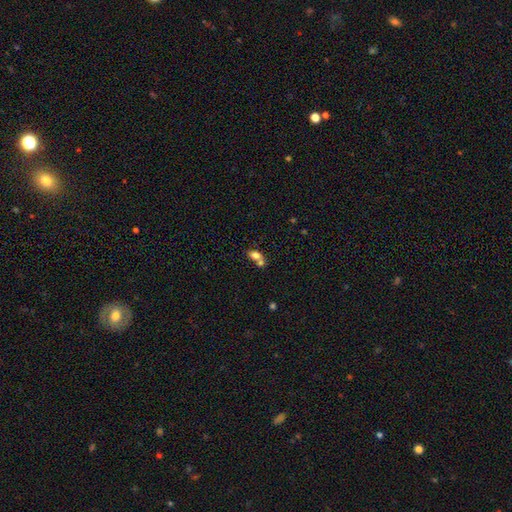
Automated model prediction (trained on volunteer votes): smooth-or-featured: smooth: 74% | featured or disk: 15% | star or artifact: 11%
  how-rounded: in between: 73% | round: 24% | cigar-shaped: 3%
  merging: merger: 59% | none: 29% | minor disturbance: 8% | major disturbance: 4%